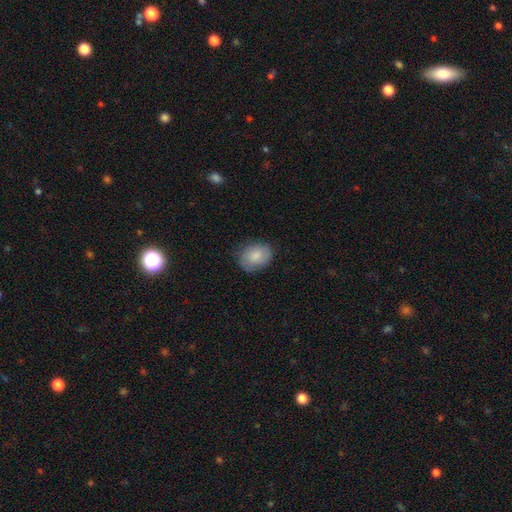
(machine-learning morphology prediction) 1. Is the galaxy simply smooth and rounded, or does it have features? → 79% smooth, 14% featured or disk, 6% star or artifact.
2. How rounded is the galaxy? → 61% in between, 38% round, 1% cigar-shaped.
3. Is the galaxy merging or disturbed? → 76% none, 19% minor disturbance, 4% major disturbance, 1% merger.